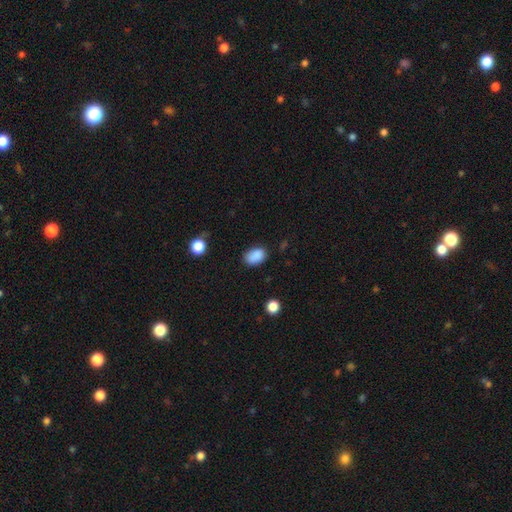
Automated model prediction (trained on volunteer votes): The model was most divided on "merging": none: 75%, minor disturbance: 19%, major disturbance: 4%, merger: 2%. More confident: smooth or featured — smooth (87%); how rounded — in between (85%).